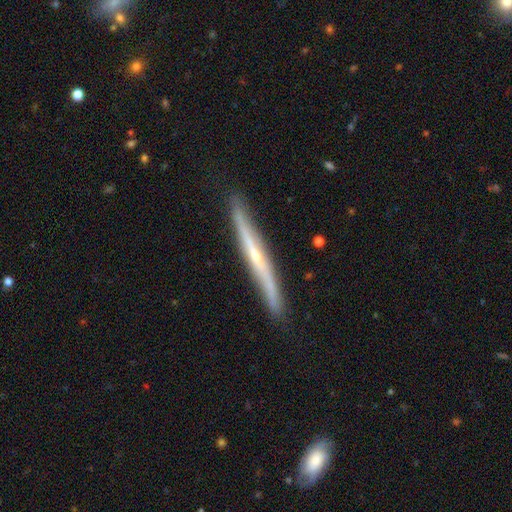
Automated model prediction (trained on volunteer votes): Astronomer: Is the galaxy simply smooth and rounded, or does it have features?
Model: featured or disk — 72%.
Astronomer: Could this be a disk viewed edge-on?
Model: yes — 93%.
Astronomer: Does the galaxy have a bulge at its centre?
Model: rounded — 57% (runner-up: none, 39%).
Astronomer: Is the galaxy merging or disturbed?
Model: none — 86%.